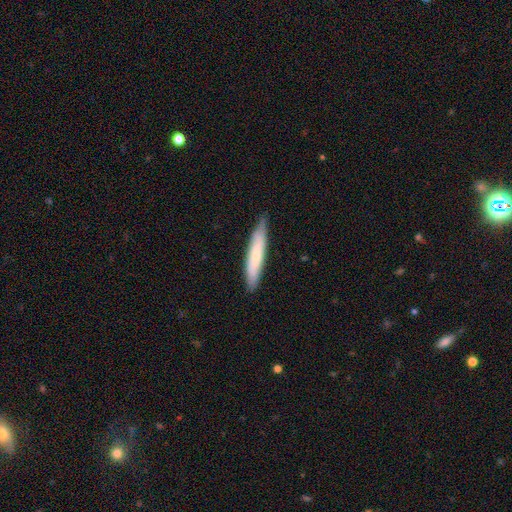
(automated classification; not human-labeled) Smooth or featured? Predicted: smooth (p=0.65). How rounded? Predicted: cigar-shaped (p=0.89). Merging? Predicted: none (p=0.82).